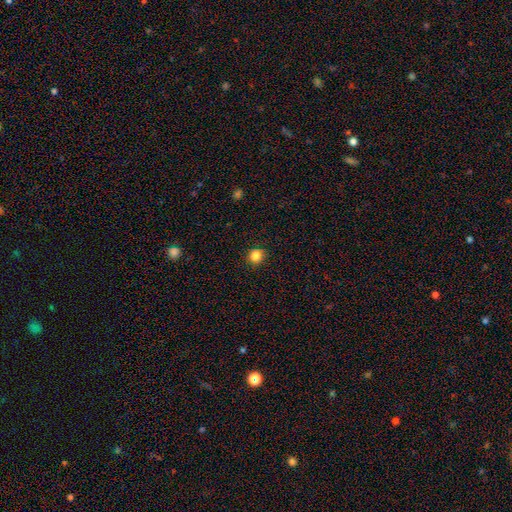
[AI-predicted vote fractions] This appears to be a smooth galaxy with no disk features (84%) that is round (84%). Merging: none (91%).